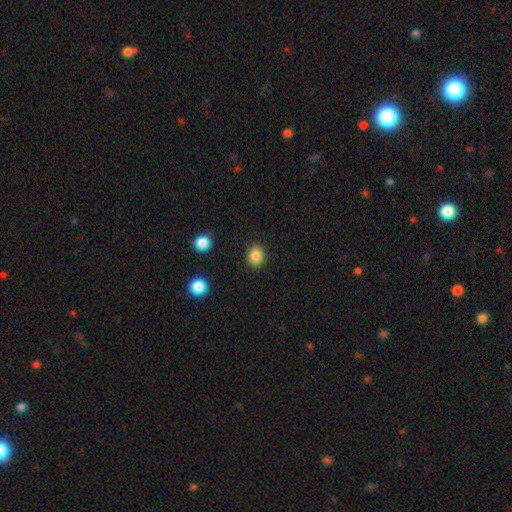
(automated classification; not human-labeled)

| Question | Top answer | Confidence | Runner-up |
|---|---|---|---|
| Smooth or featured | smooth | 86% | star or artifact (10%) |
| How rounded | round | 55% | in between (44%) |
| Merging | none | 88% | minor disturbance (8%) |